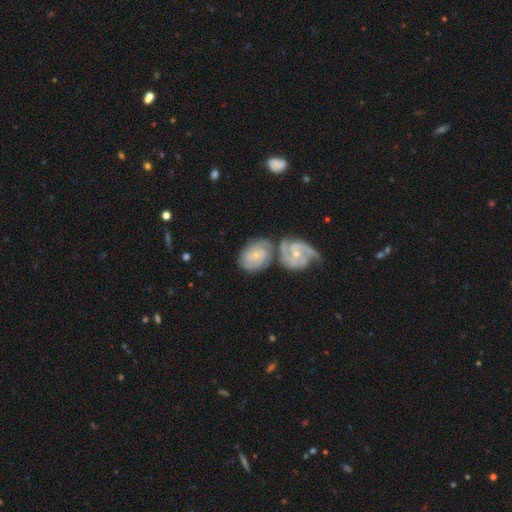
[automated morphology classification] Smooth or featured? Predicted: featured or disk (p=0.68). Edge-on disk? Predicted: no (p=0.97). Bar? Predicted: no (p=0.65). Spiral arms? Predicted: yes (p=0.93). Spiral winding? Predicted: tight (p=0.54). Spiral arm count? Predicted: 3 (p=0.34). Bulge size? Predicted: small (p=0.73). Merging? Predicted: merger (p=0.45).